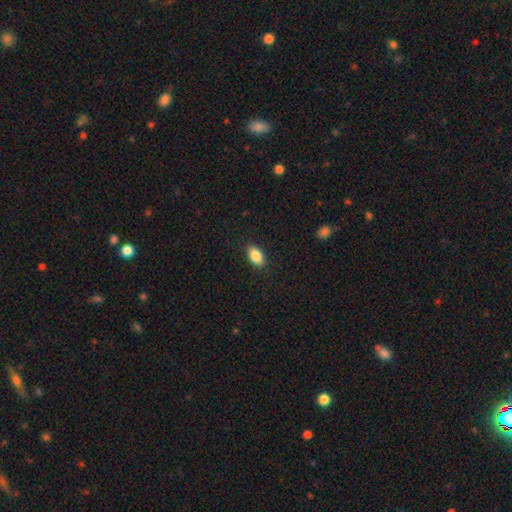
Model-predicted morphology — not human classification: The model was most divided on "smooth or featured": smooth: 85%, featured or disk: 8%, star or artifact: 7%. More confident: how rounded — in between (90%); merging — none (88%).